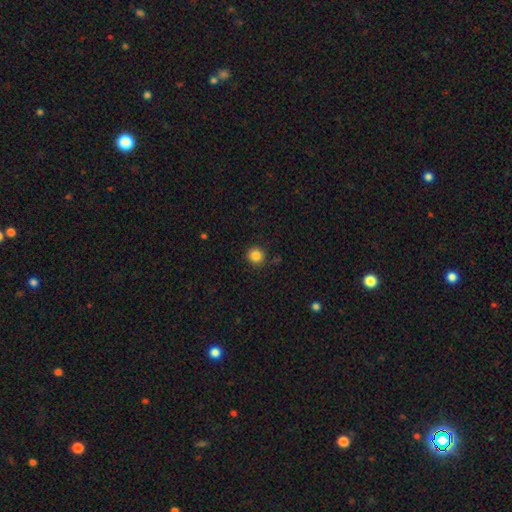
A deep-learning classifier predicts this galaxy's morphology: This appears to be a smooth galaxy with no disk features (85%) that is round (93%). Merging: none (89%).